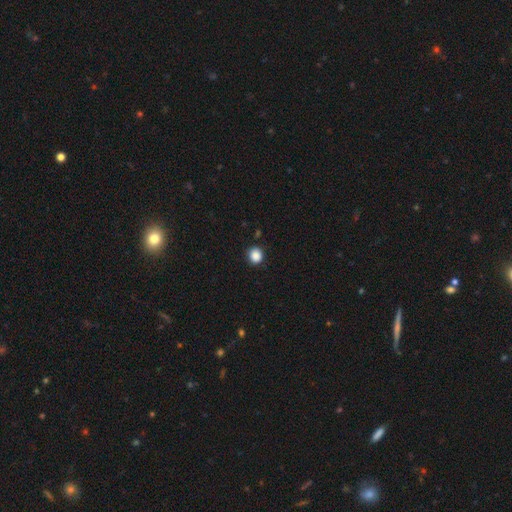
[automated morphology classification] A smooth galaxy with no disk features (87%) that is round (87%). Merging: none (91%).